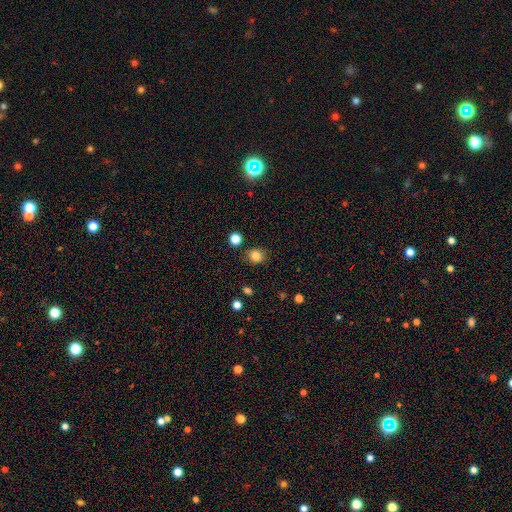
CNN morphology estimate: The model was most divided on "how rounded": round: 76%, in between: 24%, cigar-shaped: 1%. More confident: merging — none (84%); smooth or featured — smooth (82%).